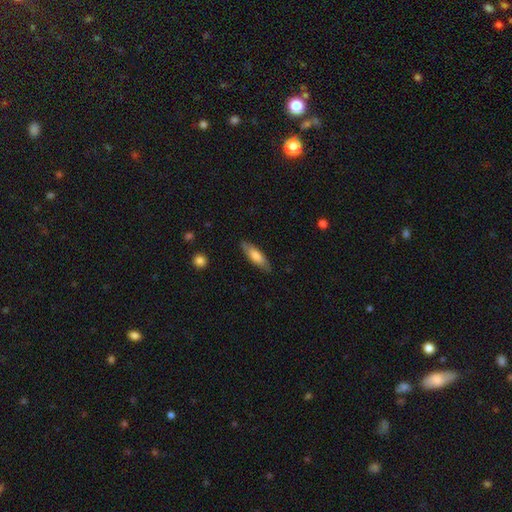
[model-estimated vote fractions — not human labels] A smooth galaxy with no disk features (69%) that is cigar-shaped (50%). Merging: none (83%).